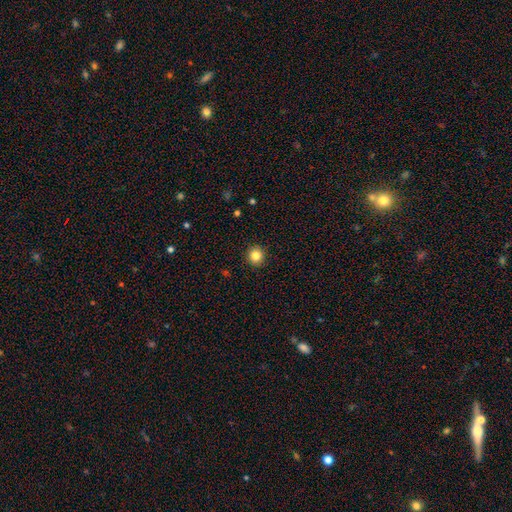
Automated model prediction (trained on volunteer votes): A smooth galaxy with no disk features (84%) that is round (92%).

Vote fractions:
- Smooth or featured? smooth: 84% / star or artifact: 10% / featured or disk: 6%
- How rounded? round: 92% / in between: 7% / cigar-shaped: 1%
- Merging? none: 92% / minor disturbance: 5% / major disturbance: 2% / merger: 1%